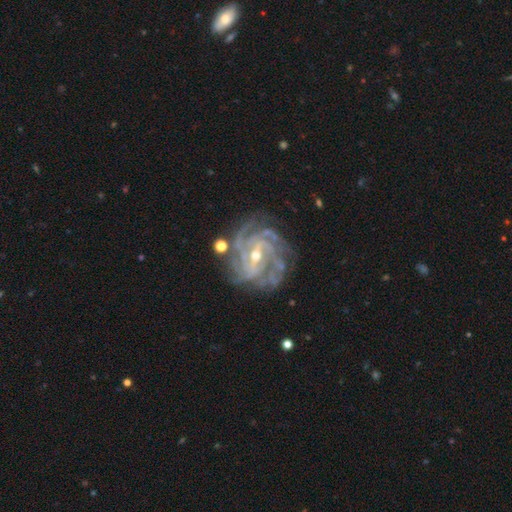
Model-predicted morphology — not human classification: Q: Smooth or featured?
A: featured or disk (92%); runner-up: star or artifact (5%)
Q: Edge-on disk?
A: no (98%); runner-up: yes (2%)
Q: Bar?
A: weak (47%); runner-up: strong (30%)
Q: Spiral arms?
A: yes (98%); runner-up: no (2%)
Q: Spiral winding?
A: tight (68%); runner-up: medium (28%)
Q: Spiral arm count?
A: 4 (35%); runner-up: more than 4 (20%)
Q: Bulge size?
A: small (55%); runner-up: moderate (42%)
Q: Merging?
A: none (76%); runner-up: minor disturbance (15%)